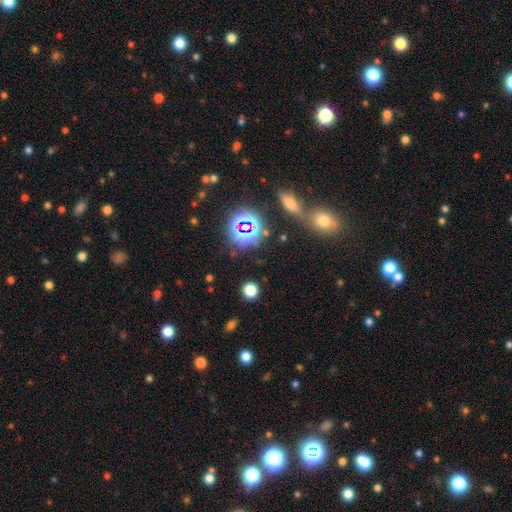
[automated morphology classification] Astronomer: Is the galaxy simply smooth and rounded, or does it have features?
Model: star or artifact — 62%.